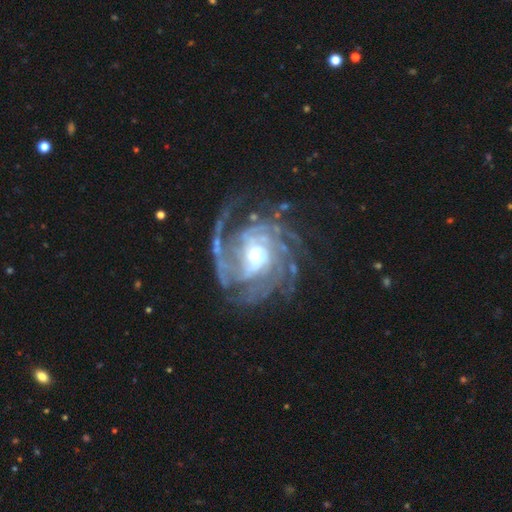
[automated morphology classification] A featured or disk galaxy (91%) with no bar (56%), tight (56%) spiral arms (98%) and a moderate central bulge (63%). Merging: none (63%).